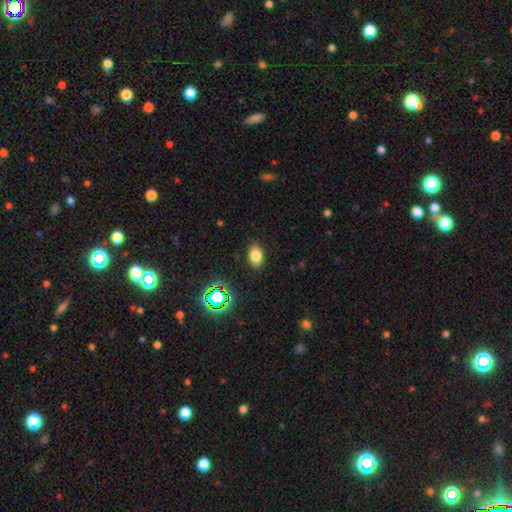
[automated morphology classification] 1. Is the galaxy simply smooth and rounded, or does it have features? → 79% smooth, 14% star or artifact, 7% featured or disk.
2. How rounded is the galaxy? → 87% in between, 11% round, 2% cigar-shaped.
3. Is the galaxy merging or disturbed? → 88% none, 9% minor disturbance, 3% major disturbance, 1% merger.